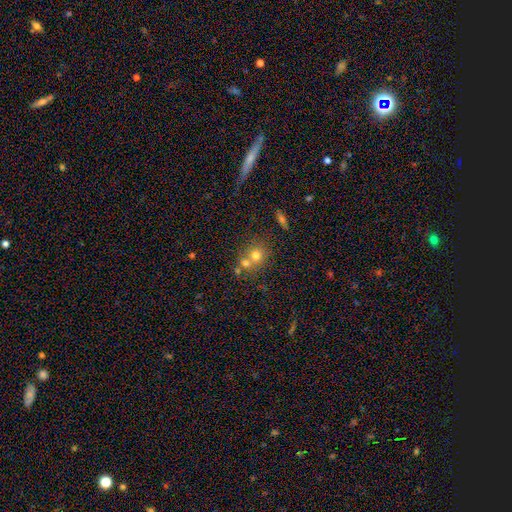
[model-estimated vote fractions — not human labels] Smooth or featured? Predicted: smooth (p=0.69). How rounded? Predicted: round (p=0.83). Merging? Predicted: none (p=0.46).